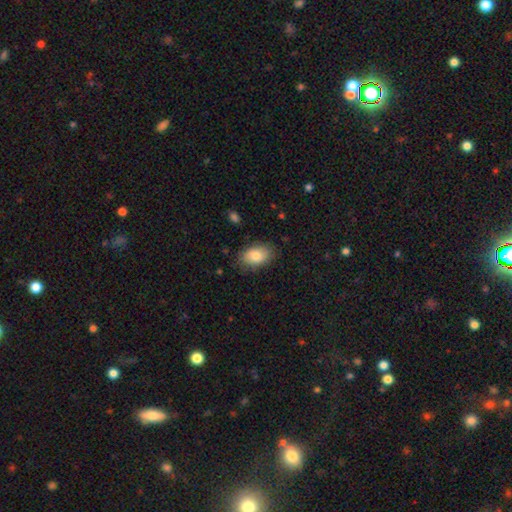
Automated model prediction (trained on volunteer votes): smooth-or-featured: smooth: 79% | featured or disk: 14% | star or artifact: 7%
  how-rounded: in between: 88% | round: 10% | cigar-shaped: 1%
  merging: none: 78% | minor disturbance: 16% | major disturbance: 4% | merger: 1%